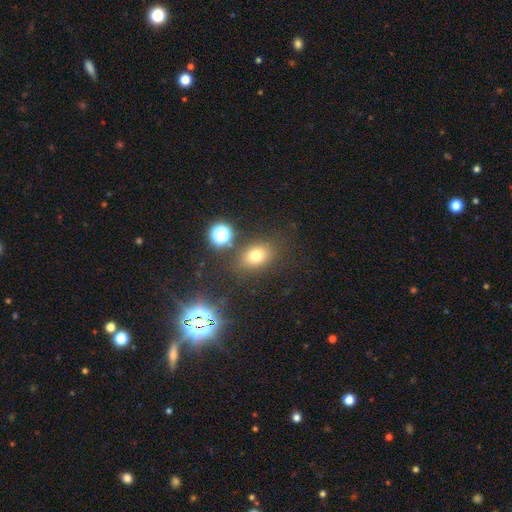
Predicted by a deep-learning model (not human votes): Smooth or featured? Predicted: smooth (p=0.70). How rounded? Predicted: in between (p=0.60). Merging? Predicted: none (p=0.79).